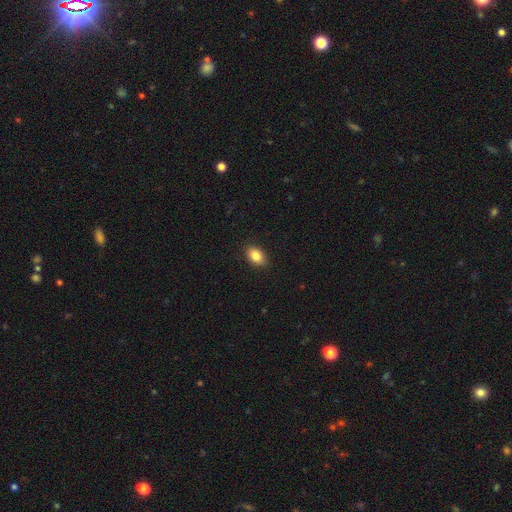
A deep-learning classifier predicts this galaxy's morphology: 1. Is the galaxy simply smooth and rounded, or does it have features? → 86% smooth, 8% star or artifact, 6% featured or disk.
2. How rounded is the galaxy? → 86% in between, 13% round, 2% cigar-shaped.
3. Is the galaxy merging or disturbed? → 89% none, 8% minor disturbance, 2% major disturbance, 1% merger.